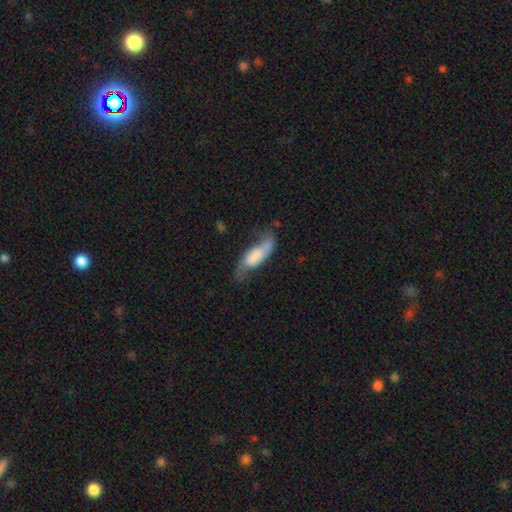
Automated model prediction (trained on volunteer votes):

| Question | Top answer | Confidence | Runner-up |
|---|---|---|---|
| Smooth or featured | smooth | 56% | featured or disk (37%) |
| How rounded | in between | 60% | cigar-shaped (37%) |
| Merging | none | 42% | minor disturbance (33%) |